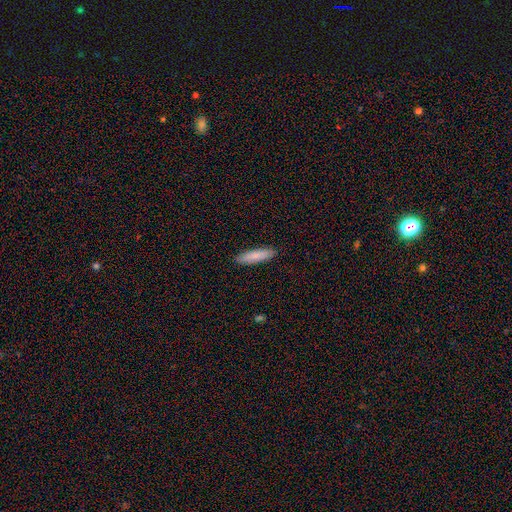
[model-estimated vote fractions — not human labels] Smooth or featured? Predicted: smooth (p=0.85). How rounded? Predicted: cigar-shaped (p=0.73). Merging? Predicted: none (p=0.91).